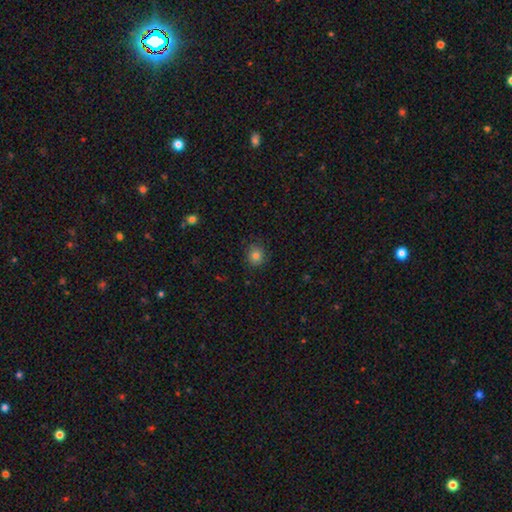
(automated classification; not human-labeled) A smooth galaxy with no disk features (81%) that is round (87%). Merging: none (83%).